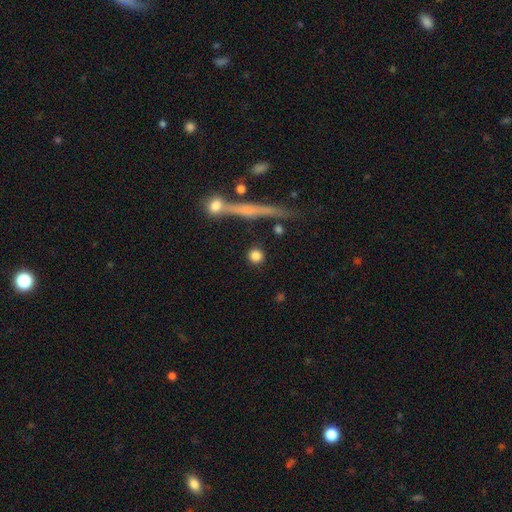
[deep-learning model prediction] This is clearly a smooth galaxy (82%). How rounded: clearly round (91%). Merging: clearly none (86%).